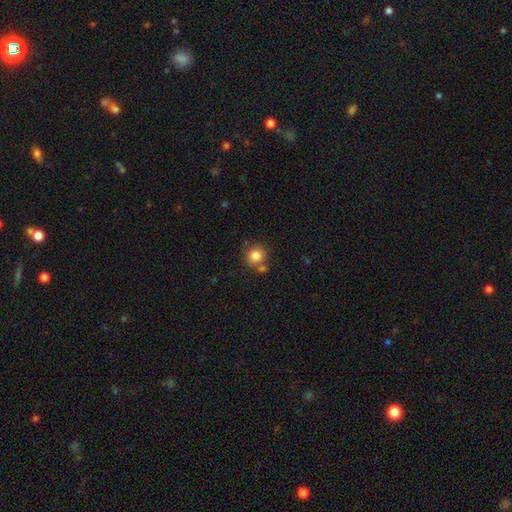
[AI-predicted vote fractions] Overall: smooth (83%). How rounded: round (88%). Merging: none (65%).